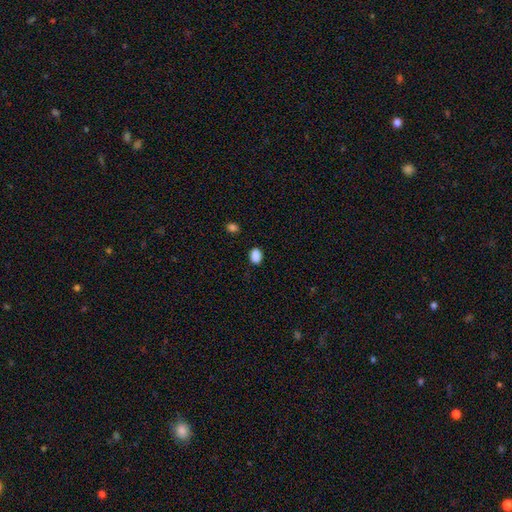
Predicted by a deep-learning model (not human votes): Smooth or featured? smooth (88%)
How rounded? in between (80%)
Merging? none (84%)